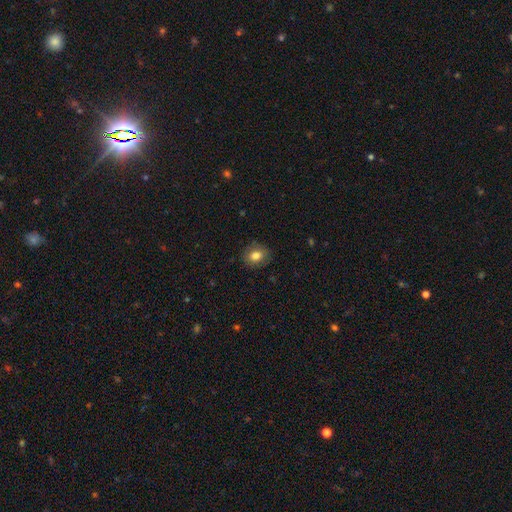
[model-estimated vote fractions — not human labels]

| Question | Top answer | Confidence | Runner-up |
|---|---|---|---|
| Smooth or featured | smooth | 81% | featured or disk (10%) |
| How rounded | round | 58% | in between (41%) |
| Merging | none | 86% | minor disturbance (11%) |